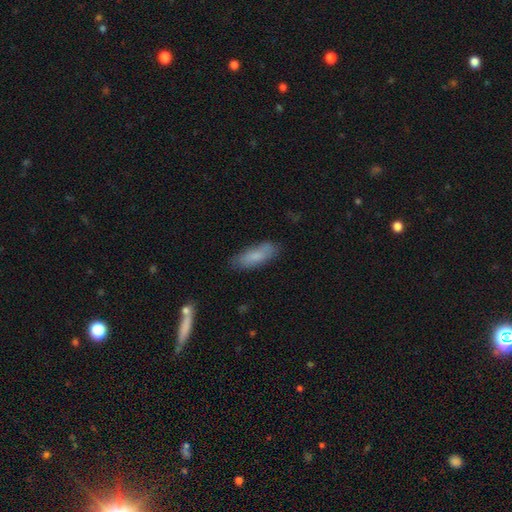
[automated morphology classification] Overall: smooth (78%). How rounded: in between (59%; cigar-shaped 39%). Merging: none (75%).